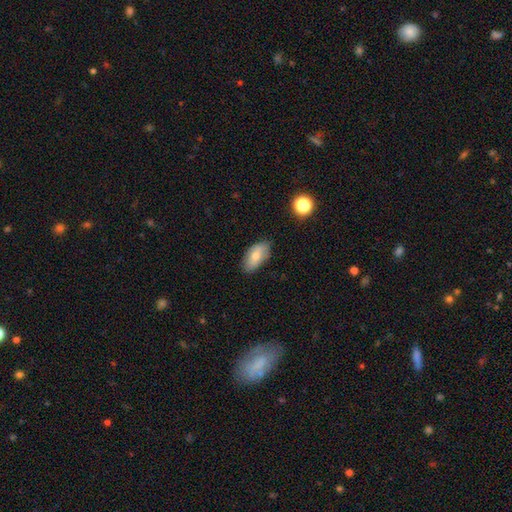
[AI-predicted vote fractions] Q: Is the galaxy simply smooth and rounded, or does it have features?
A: smooth — 69%.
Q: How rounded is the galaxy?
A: in between — 92%.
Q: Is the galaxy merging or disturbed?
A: none — 80%.